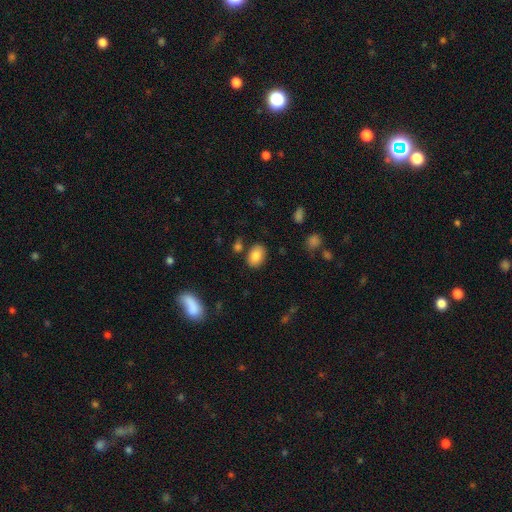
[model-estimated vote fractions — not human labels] The model was most divided on "how rounded": in between: 81%, round: 18%, cigar-shaped: 1%. More confident: smooth or featured — smooth (85%); merging — none (81%).